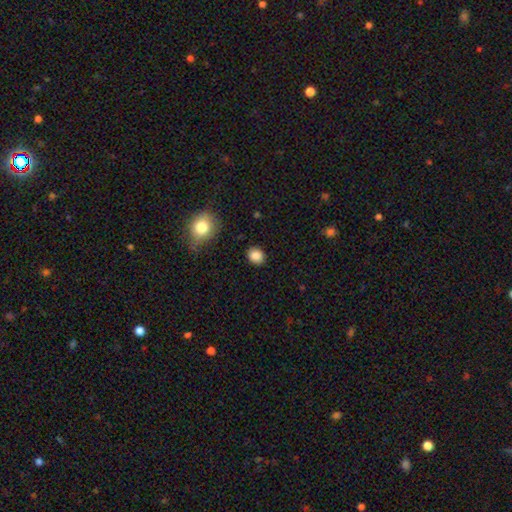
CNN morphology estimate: A smooth galaxy with no disk features (86%) that is round (70%). Merging: none (90%).